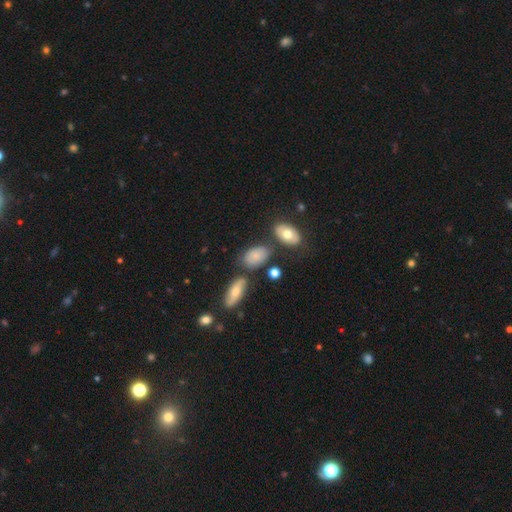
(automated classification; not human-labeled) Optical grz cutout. It shows a smooth galaxy with no disk features (77%) that is in between round and cigar-shaped (89%). Merging: none (66%).